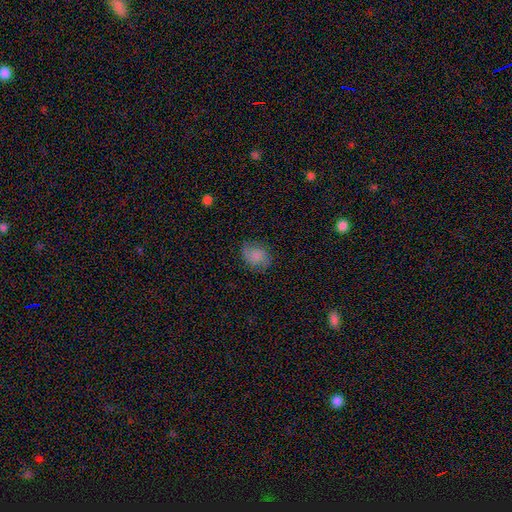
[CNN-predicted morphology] type=smooth (66%); roundness=in between (54%); merging=none (70%).